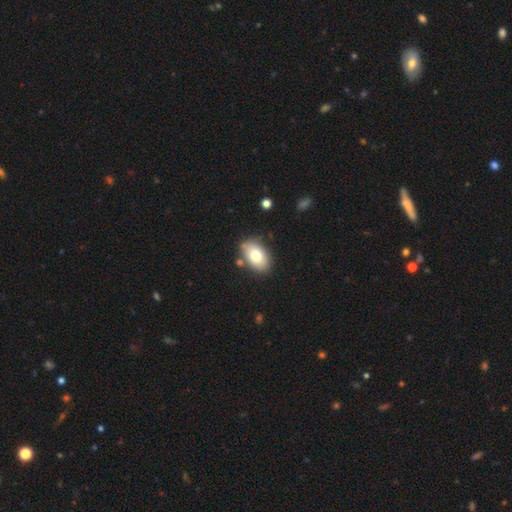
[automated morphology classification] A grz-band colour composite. It shows a smooth galaxy with no disk features (74%) that is in between round and cigar-shaped (88%). Merging: none (80%).